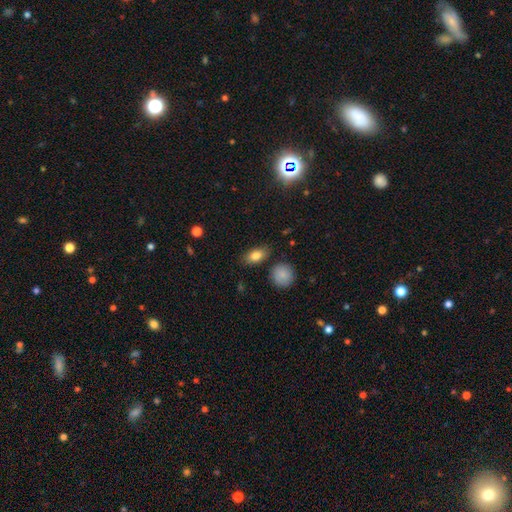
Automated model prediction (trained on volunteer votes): Smooth or featured? Predicted: smooth (p=0.82). How rounded? Predicted: in between (p=0.85). Merging? Predicted: none (p=0.82).